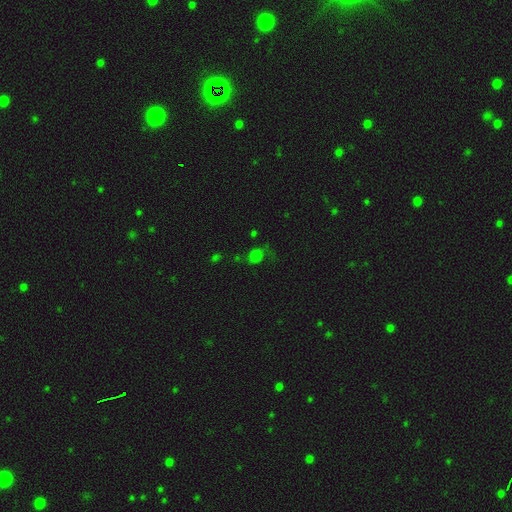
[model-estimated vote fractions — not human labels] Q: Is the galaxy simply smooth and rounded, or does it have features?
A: smooth — 64%.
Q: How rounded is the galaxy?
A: round — 64%.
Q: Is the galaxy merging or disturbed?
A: none — 48%.